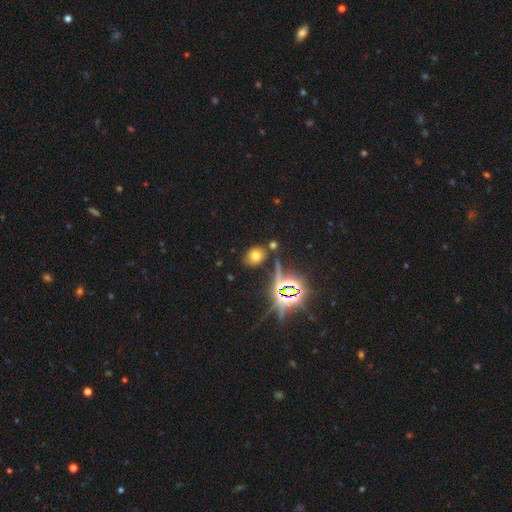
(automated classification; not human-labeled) Smooth or featured: smooth — 56% (star or artifact — 31%)
How rounded: in between — 58% (round — 40%)
Merging: none — 76% (minor disturbance — 12%)